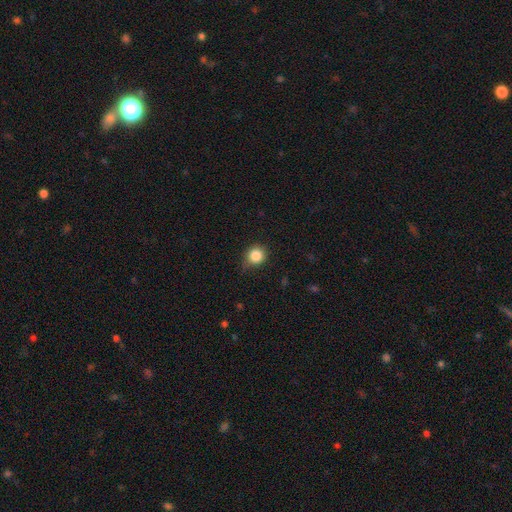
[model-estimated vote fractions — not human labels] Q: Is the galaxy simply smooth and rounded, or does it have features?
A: smooth — 85%.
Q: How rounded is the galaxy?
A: round — 89%.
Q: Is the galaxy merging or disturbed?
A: none — 72%.